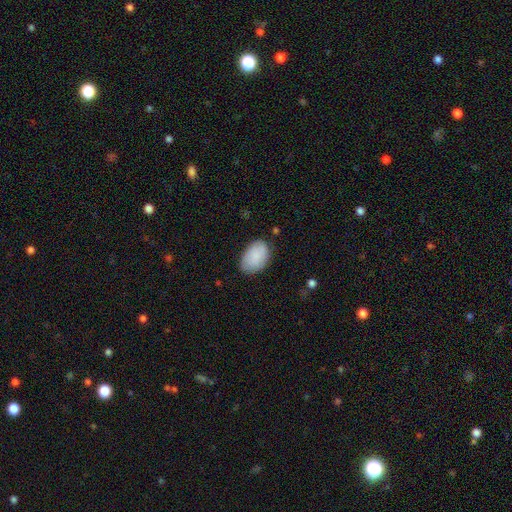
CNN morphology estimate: Smooth or featured? Predicted: smooth (p=0.88). How rounded? Predicted: in between (p=0.90). Merging? Predicted: none (p=0.78).